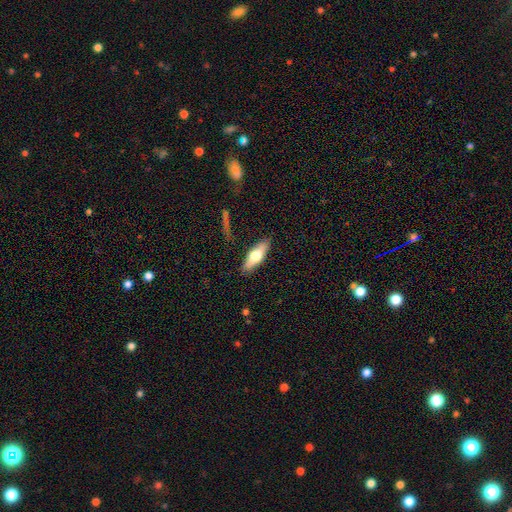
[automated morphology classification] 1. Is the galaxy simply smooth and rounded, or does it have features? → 56% smooth, 38% featured or disk, 6% star or artifact.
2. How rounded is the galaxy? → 54% in between, 43% cigar-shaped, 3% round.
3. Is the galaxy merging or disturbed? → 85% none, 10% minor disturbance, 3% major disturbance, 2% merger.